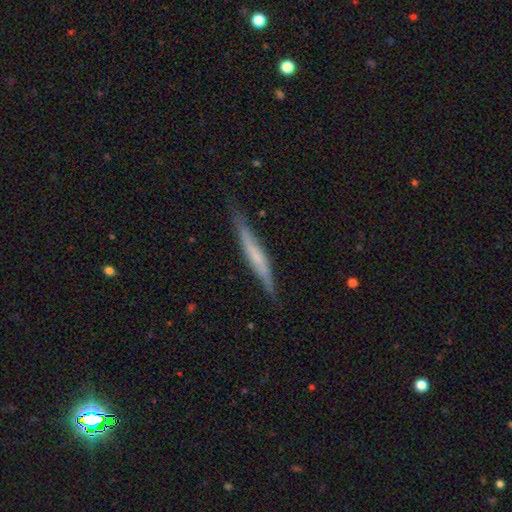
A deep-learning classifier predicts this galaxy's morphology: Q: Smooth or featured?
A: featured or disk (50%); runner-up: smooth (44%)
Q: Edge-on disk?
A: yes (91%); runner-up: no (9%)
Q: Merging?
A: none (76%); runner-up: minor disturbance (18%)